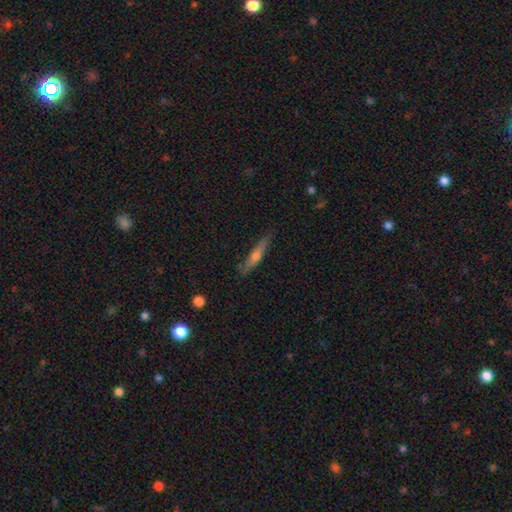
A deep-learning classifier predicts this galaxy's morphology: Overall: featured or disk (56%; smooth 37%). Edge-on disk: yes (93%). Edge-on bulge: rounded (81%). Merging: none (83%).